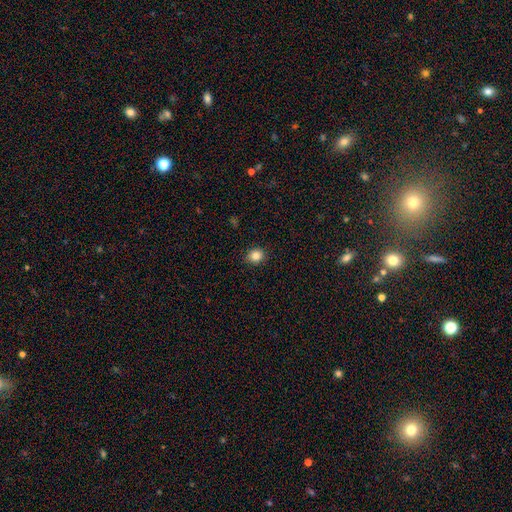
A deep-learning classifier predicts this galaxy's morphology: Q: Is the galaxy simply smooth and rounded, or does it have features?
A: smooth — 85%.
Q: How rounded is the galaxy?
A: round — 67%.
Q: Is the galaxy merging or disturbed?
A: none — 89%.